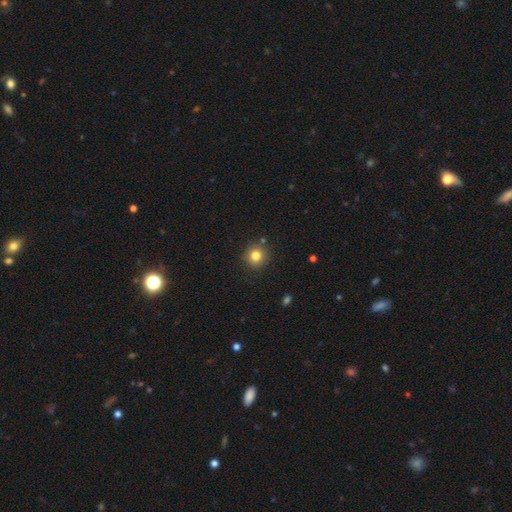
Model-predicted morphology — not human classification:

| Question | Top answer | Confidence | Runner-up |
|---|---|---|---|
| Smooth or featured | smooth | 81% | star or artifact (12%) |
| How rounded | round | 91% | in between (8%) |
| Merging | none | 87% | minor disturbance (8%) |